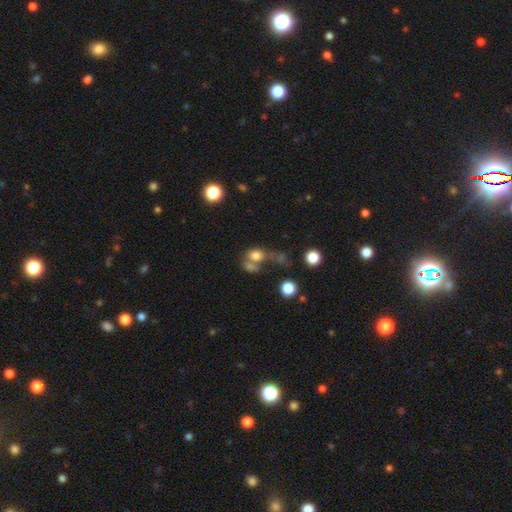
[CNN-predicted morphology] Overall: smooth (71%). How rounded: round (50%; in between 47%). Merging: merger (46%; none 27%).